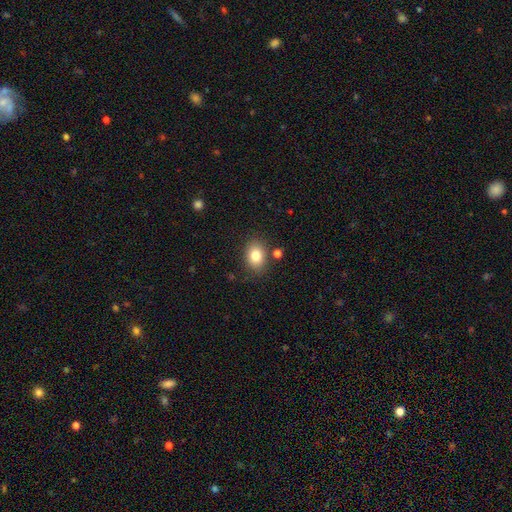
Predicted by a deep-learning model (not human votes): The model was most divided on "how rounded": in between: 58%, round: 41%, cigar-shaped: 1%. More confident: merging — none (82%); smooth or featured — smooth (81%).